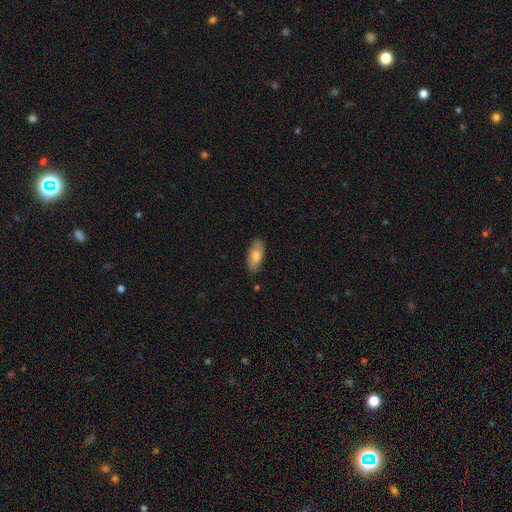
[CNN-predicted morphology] Smooth or featured? smooth (77%)
How rounded? in between (87%)
Merging? none (82%)